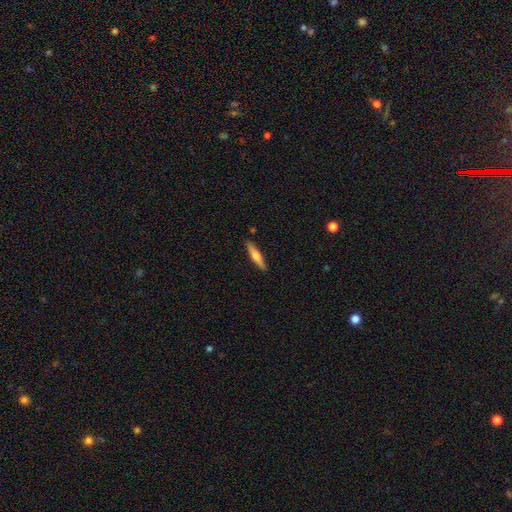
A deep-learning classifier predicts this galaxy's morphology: This appears to be a featured or disk galaxy (49%). Merging: none (89%).